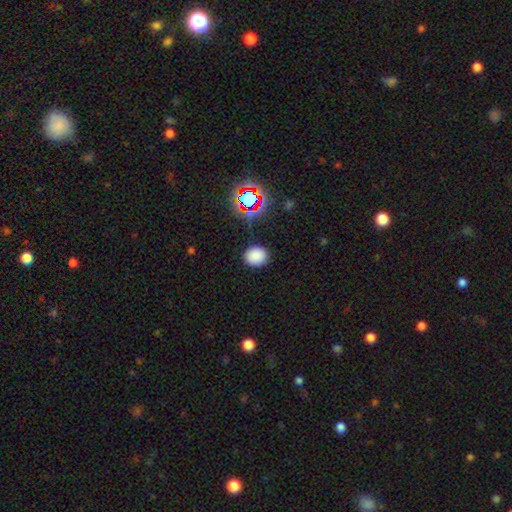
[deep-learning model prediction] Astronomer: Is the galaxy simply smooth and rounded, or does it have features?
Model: smooth — 82%.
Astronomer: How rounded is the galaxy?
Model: round — 70%.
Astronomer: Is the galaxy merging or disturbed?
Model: none — 87%.